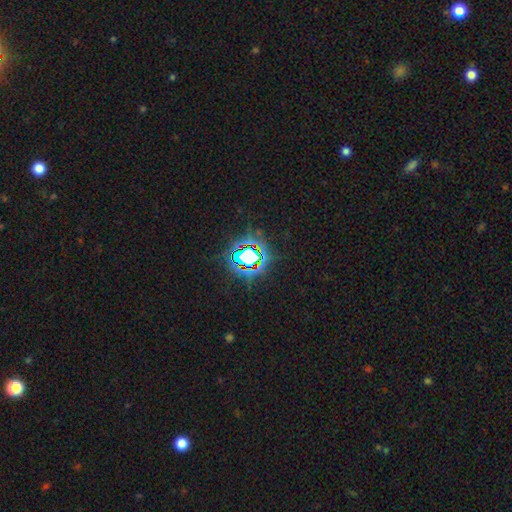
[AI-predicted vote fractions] star or artifact 77%, smooth 13%, featured or disk 10%.